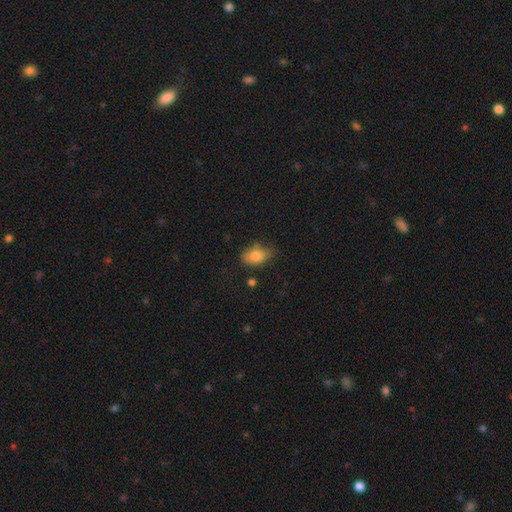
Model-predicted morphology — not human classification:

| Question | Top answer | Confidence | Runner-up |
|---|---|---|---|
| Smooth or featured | smooth | 79% | featured or disk (13%) |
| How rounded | in between | 83% | round (14%) |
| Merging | none | 57% | minor disturbance (31%) |